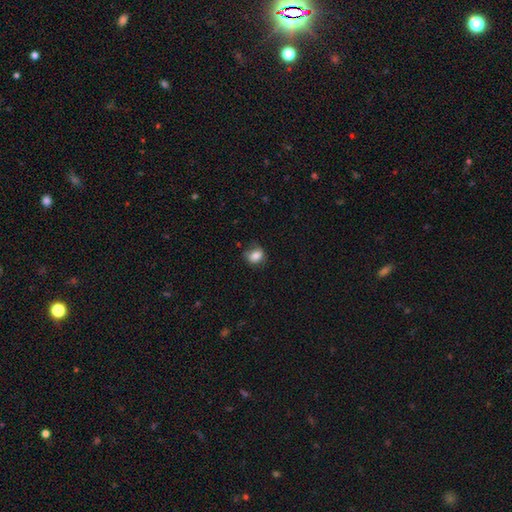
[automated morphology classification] smooth_or_featured: smooth (p=0.81) [alt: featured or disk p=0.10]
how_rounded: round (p=0.53) [alt: in between p=0.46]
merging: none (p=0.58) [alt: minor disturbance p=0.30]